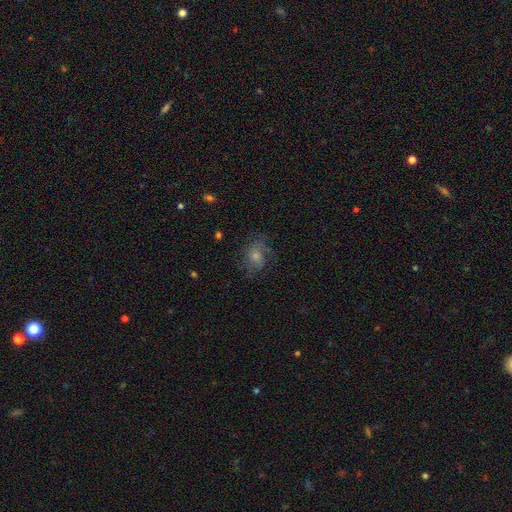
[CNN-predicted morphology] A featured or disk galaxy (51%). Merging: none (69%).